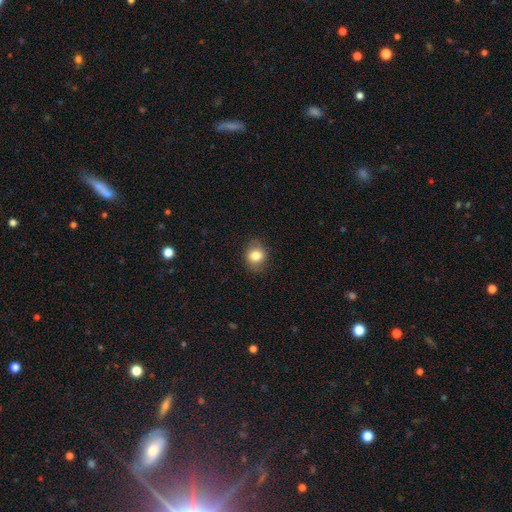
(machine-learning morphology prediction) Smooth or featured?
  - smooth: 81% *
  - featured or disk: 10%
  - star or artifact: 10%
How rounded?
  - round: 62% *
  - in between: 37%
  - cigar-shaped: 1%
Merging?
  - none: 83% *
  - minor disturbance: 13%
  - major disturbance: 3%
  - merger: 1%